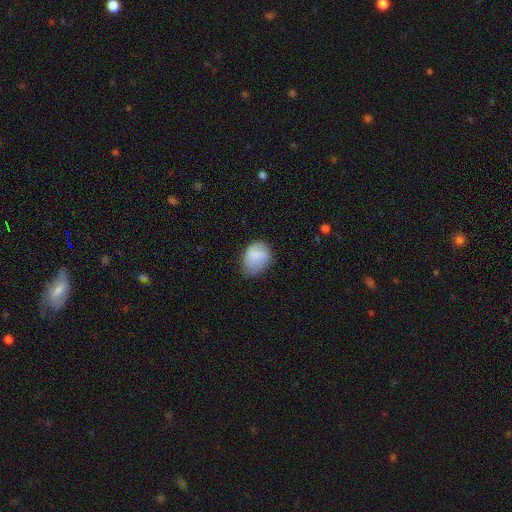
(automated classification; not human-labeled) A smooth galaxy with no disk features (80%) that is in between round and cigar-shaped (61%).

Vote fractions:
- Smooth or featured? smooth: 80% / featured or disk: 13% / star or artifact: 7%
- How rounded? in between: 61% / round: 38% / cigar-shaped: 1%
- Merging? none: 54% / minor disturbance: 35% / major disturbance: 10% / merger: 2%